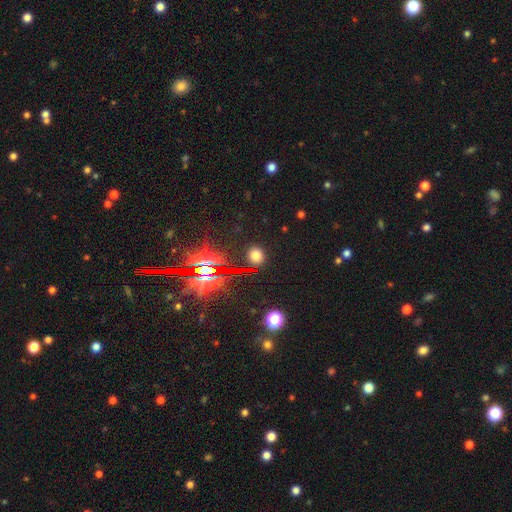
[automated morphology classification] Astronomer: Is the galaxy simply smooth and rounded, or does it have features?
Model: smooth — 63%.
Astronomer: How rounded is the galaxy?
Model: round — 78%.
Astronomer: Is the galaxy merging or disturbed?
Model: none — 88%.